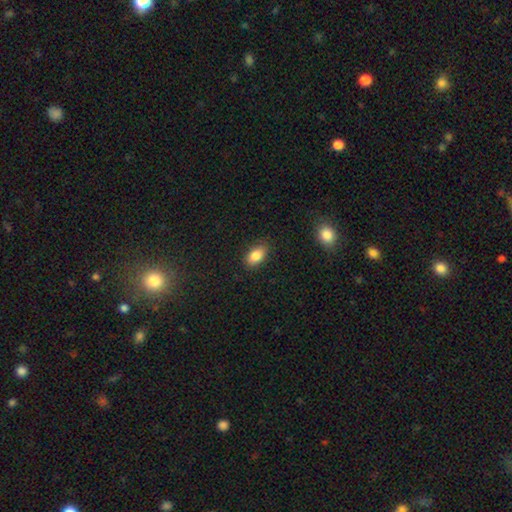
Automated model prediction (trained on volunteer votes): Smooth or featured?
  - smooth: 85% *
  - star or artifact: 8%
  - featured or disk: 7%
How rounded?
  - in between: 90% *
  - round: 8%
  - cigar-shaped: 2%
Merging?
  - none: 85% *
  - minor disturbance: 12%
  - major disturbance: 3%
  - merger: 1%